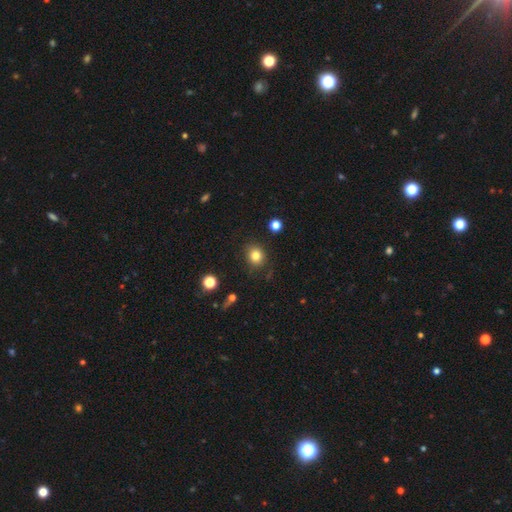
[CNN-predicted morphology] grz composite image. It shows a smooth galaxy with no disk features (81%) that is round (76%). Merging: none (85%).